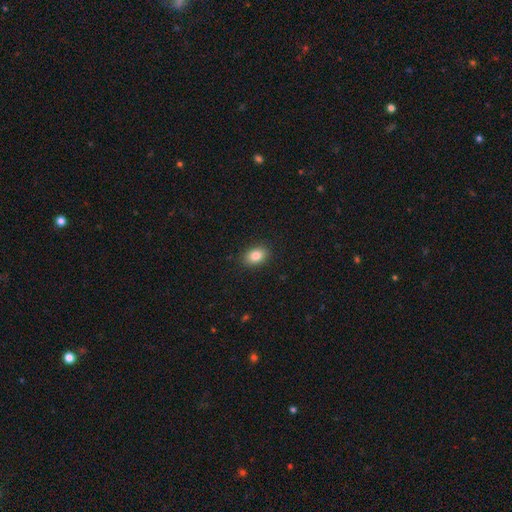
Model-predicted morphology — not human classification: type=smooth (85%); roundness=in between (80%); merging=none (89%).